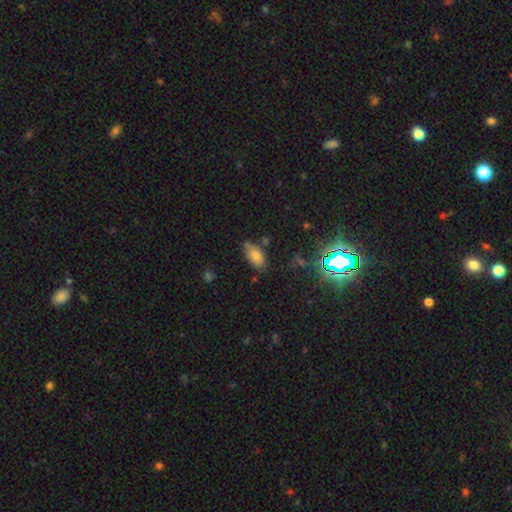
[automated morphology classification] A smooth galaxy with no disk features (76%) that is in between round and cigar-shaped (91%).

Vote fractions:
- Smooth or featured? smooth: 76% / star or artifact: 13% / featured or disk: 10%
- How rounded? in between: 91% / cigar-shaped: 5% / round: 4%
- Merging? none: 63% / minor disturbance: 26% / major disturbance: 6% / merger: 5%